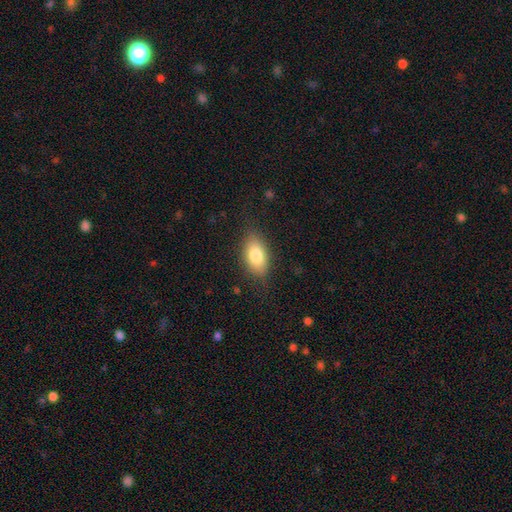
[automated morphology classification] Smooth or featured: smooth — 80% (featured or disk — 12%)
How rounded: in between — 89% (round — 7%)
Merging: none — 80% (minor disturbance — 15%)